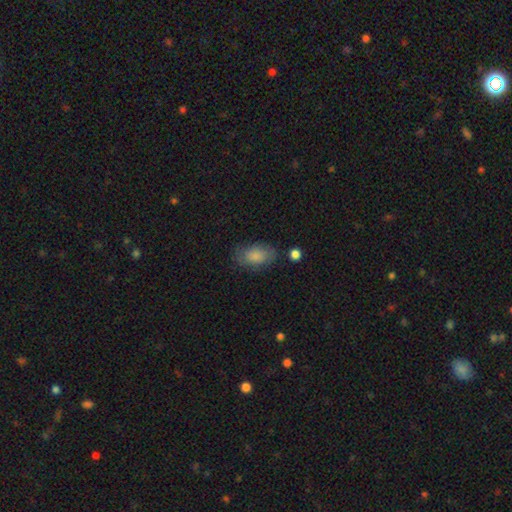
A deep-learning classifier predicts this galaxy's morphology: Smooth or featured?
  - smooth: 81% *
  - featured or disk: 12%
  - star or artifact: 7%
How rounded?
  - in between: 91% *
  - round: 7%
  - cigar-shaped: 2%
Merging?
  - none: 70% *
  - minor disturbance: 20%
  - major disturbance: 7%
  - merger: 3%